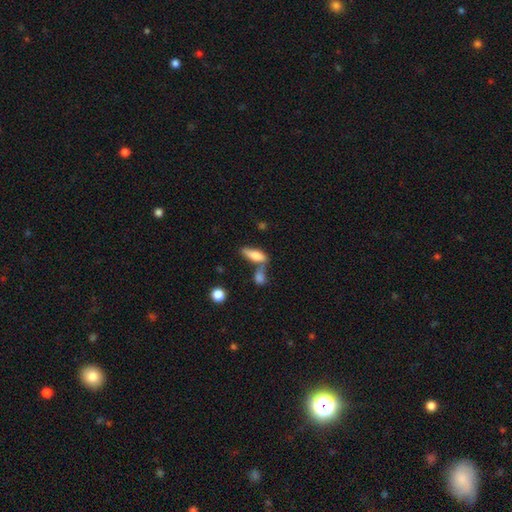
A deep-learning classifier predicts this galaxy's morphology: Overall: smooth (70%). How rounded: in between (59%; cigar-shaped 38%). Merging: merger (40%; none 39%).